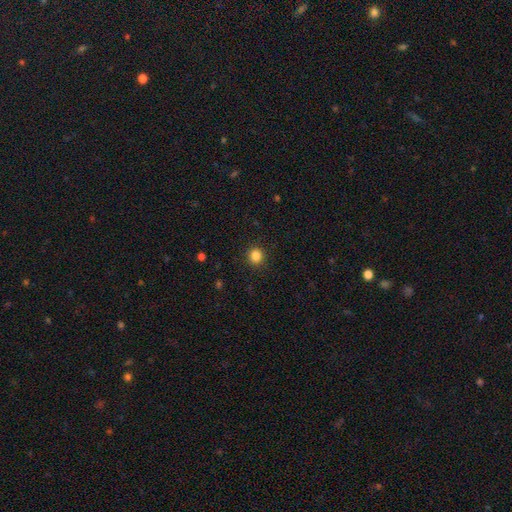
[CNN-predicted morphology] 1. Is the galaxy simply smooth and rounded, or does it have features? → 85% smooth, 11% star or artifact, 4% featured or disk.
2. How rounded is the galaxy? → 88% round, 11% in between, 1% cigar-shaped.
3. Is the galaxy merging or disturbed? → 91% none, 6% minor disturbance, 2% major disturbance, 1% merger.